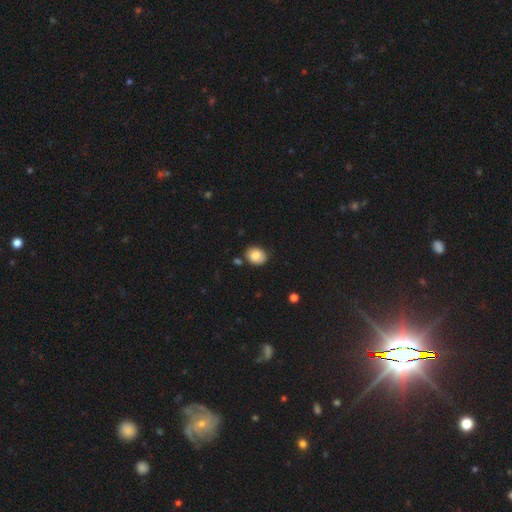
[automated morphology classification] The model was most divided on "how rounded": round: 53%, in between: 46%, cigar-shaped: 1%. More confident: smooth or featured — smooth (82%); merging — none (76%).